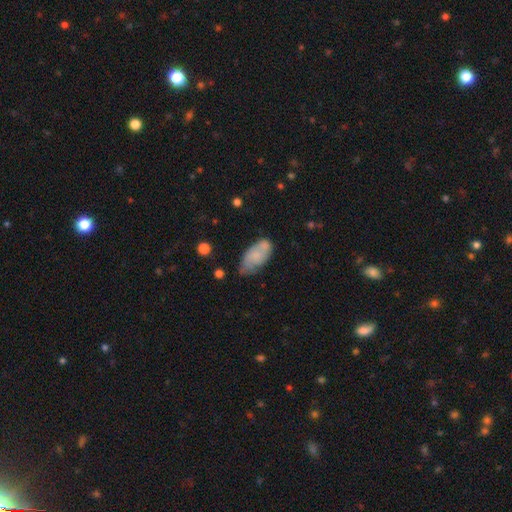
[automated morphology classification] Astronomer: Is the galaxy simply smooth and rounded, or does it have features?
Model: smooth — 66%.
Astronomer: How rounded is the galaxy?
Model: in between — 91%.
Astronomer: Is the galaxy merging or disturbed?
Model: none — 54% (runner-up: minor disturbance, 32%).